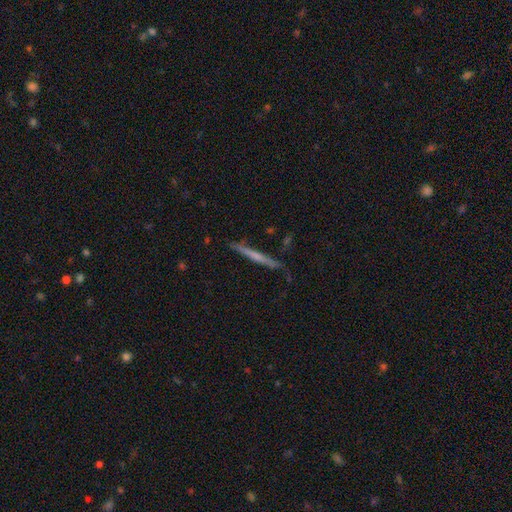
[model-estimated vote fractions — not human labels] This is possibly a featured or disk galaxy (57%). It is clearly viewed edge-on (97%). Edge-on bulge: possibly none (59%). Merging: clearly none (84%).